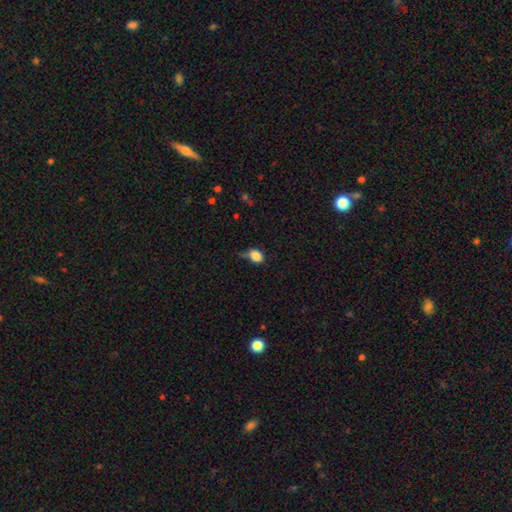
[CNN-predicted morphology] Smooth or featured?
  - smooth: 83% *
  - star or artifact: 10%
  - featured or disk: 7%
How rounded?
  - in between: 57% *
  - round: 41%
  - cigar-shaped: 2%
Merging?
  - none: 44% *
  - minor disturbance: 37%
  - major disturbance: 13%
  - merger: 6%